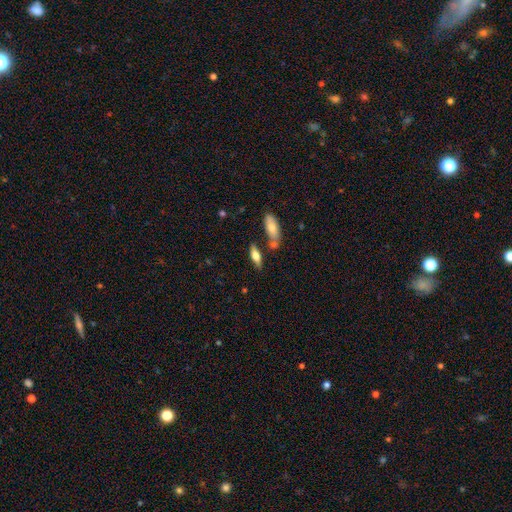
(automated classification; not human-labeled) Q: Smooth or featured?
A: smooth (61%); runner-up: featured or disk (32%)
Q: How rounded?
A: in between (61%); runner-up: cigar-shaped (36%)
Q: Merging?
A: none (63%); runner-up: merger (20%)